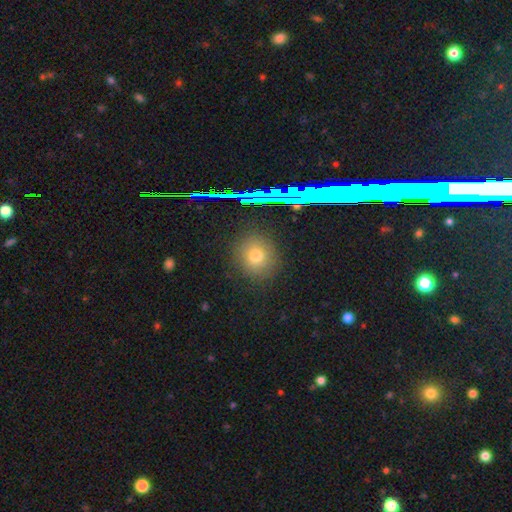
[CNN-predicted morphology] smooth-or-featured: smooth: 72% | star or artifact: 19% | featured or disk: 9%
  how-rounded: round: 80% | in between: 19% | cigar-shaped: 1%
  merging: none: 88% | minor disturbance: 7% | major disturbance: 3% | merger: 2%